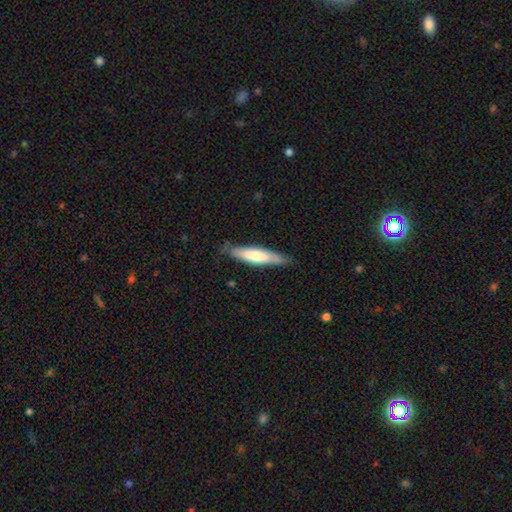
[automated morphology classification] Smooth or featured? smooth (60%)
How rounded? cigar-shaped (79%)
Merging? none (82%)